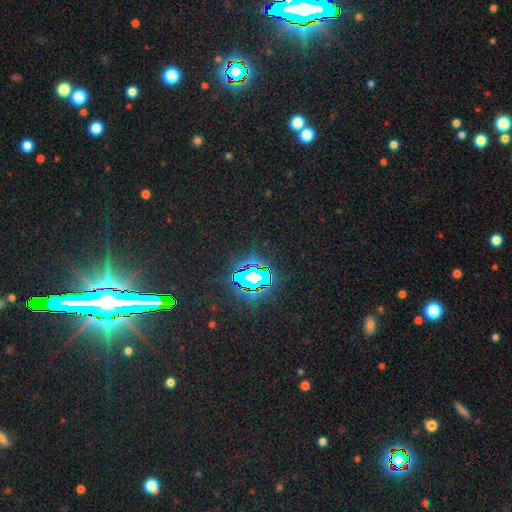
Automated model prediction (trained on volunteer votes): Smooth or featured? Predicted: star or artifact (p=0.83).